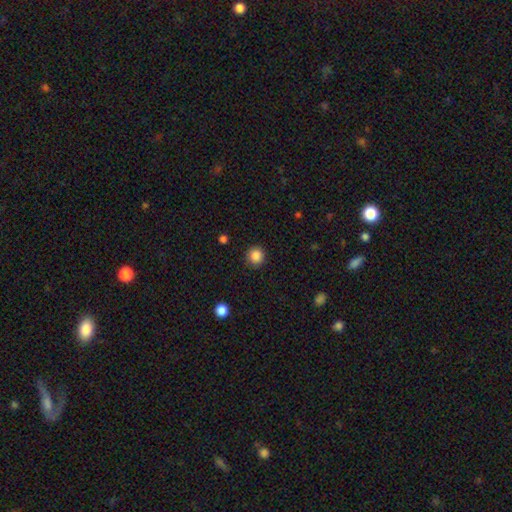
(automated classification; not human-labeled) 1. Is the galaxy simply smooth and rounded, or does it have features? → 86% smooth, 11% star or artifact, 3% featured or disk.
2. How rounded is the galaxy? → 93% round, 6% in between, 1% cigar-shaped.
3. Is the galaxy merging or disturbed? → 91% none, 6% minor disturbance, 2% major disturbance, 1% merger.